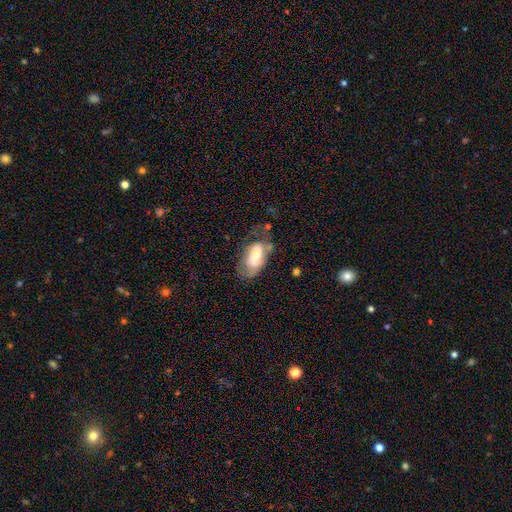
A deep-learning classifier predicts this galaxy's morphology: This is possibly a smooth galaxy (55%). How rounded: clearly in between (90%). Merging: marginally none (35%).